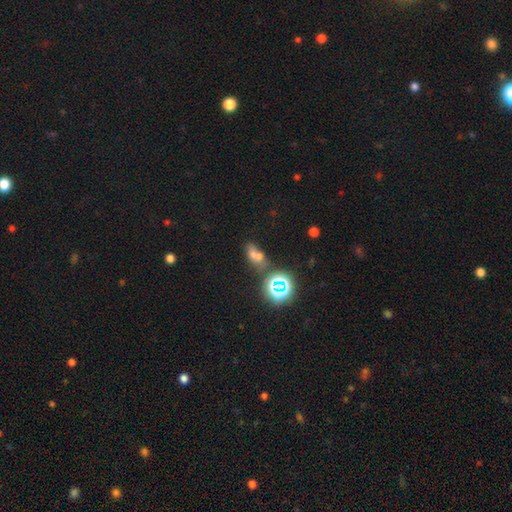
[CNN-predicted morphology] Overall: smooth (54%; star or artifact 30%). How rounded: in between (62%; round 31%). Merging: merger (48%; none 34%).